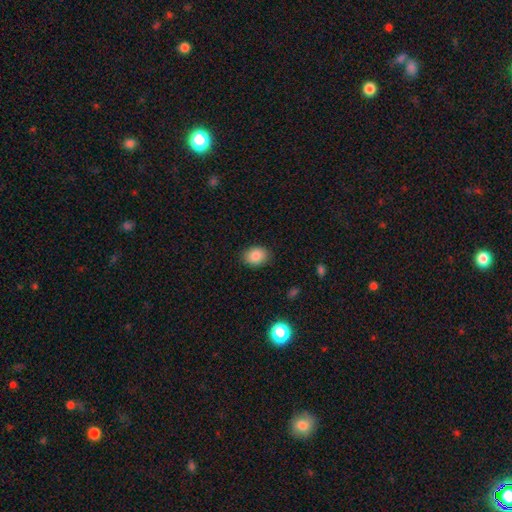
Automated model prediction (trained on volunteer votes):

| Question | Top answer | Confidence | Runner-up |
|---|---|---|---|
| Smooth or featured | smooth | 87% | star or artifact (8%) |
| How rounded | in between | 65% | round (34%) |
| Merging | none | 87% | minor disturbance (10%) |